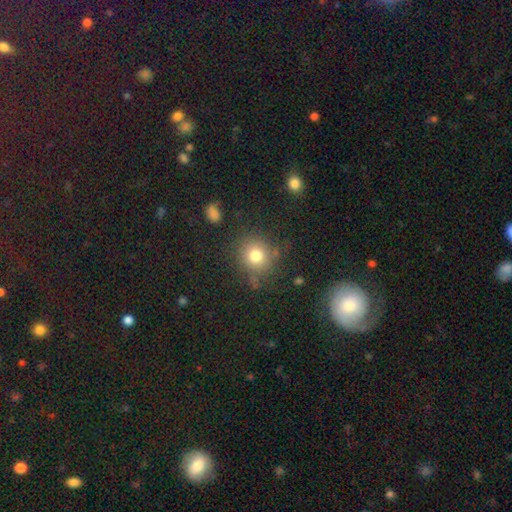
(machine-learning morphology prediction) Smooth or featured: smooth — 77% (star or artifact — 14%)
How rounded: round — 88% (in between — 11%)
Merging: none — 79% (minor disturbance — 12%)